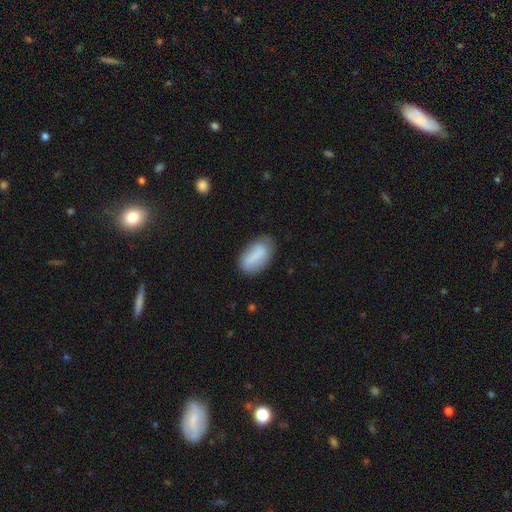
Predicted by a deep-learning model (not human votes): Smooth or featured: smooth — 77% (featured or disk — 16%)
How rounded: in between — 92% (round — 4%)
Merging: none — 68% (minor disturbance — 22%)